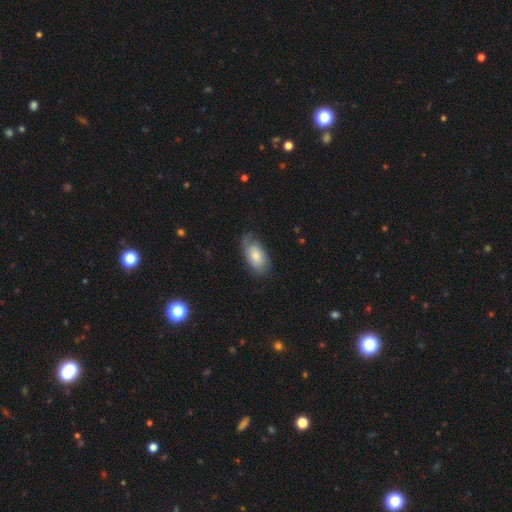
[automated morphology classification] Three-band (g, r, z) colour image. It shows a smooth galaxy with no disk features (56%) that is in between round and cigar-shaped (92%). Merging: none (66%).